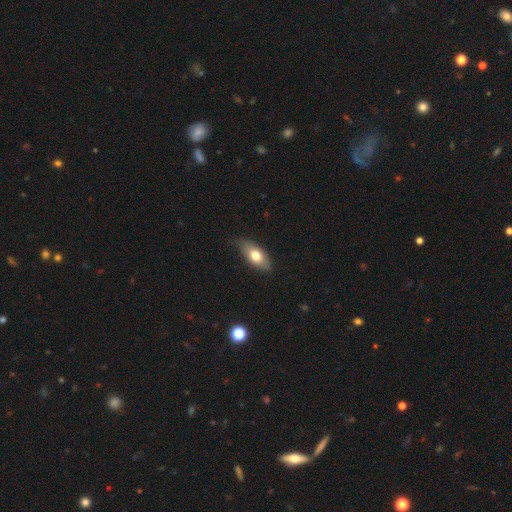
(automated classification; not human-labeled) This is likely a smooth galaxy (70%). How rounded: clearly in between (84%). Merging: likely none (74%).